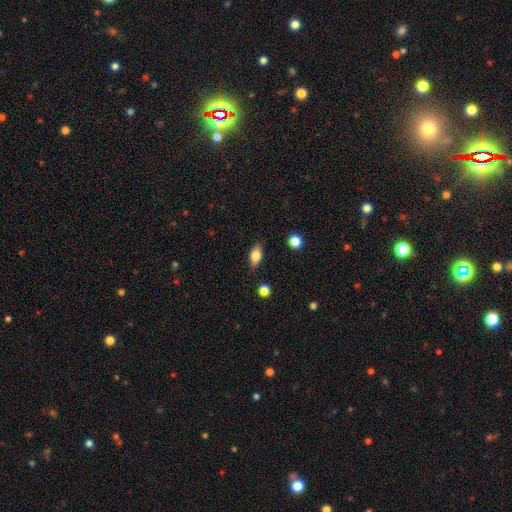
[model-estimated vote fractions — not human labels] Smooth or featured: smooth — 71% (featured or disk — 20%)
How rounded: in between — 82% (cigar-shaped — 11%)
Merging: none — 83% (minor disturbance — 13%)